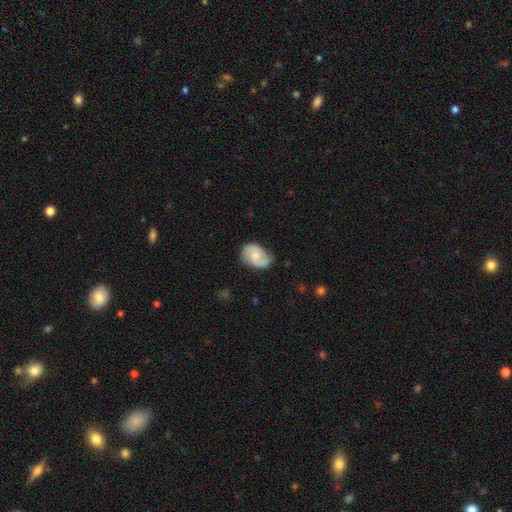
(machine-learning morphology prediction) Smooth or featured? featured or disk (59%)
Edge-on disk? no (97%)
Bar? no (57%)
Spiral arms? yes (91%)
Spiral winding? medium (47%)
Spiral arm count? 2 (84%)
Bulge size? small (40%)
Merging? none (64%)